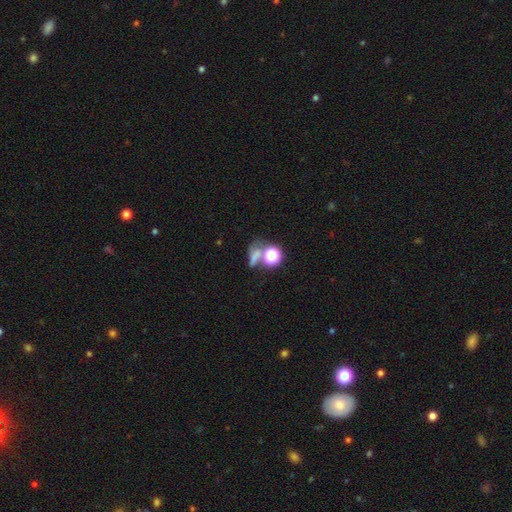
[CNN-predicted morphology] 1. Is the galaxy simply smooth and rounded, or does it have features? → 53% smooth, 31% star or artifact, 16% featured or disk.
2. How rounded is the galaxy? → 54% round, 35% in between, 11% cigar-shaped.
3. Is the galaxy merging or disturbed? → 41% none, 31% merger, 16% major disturbance, 13% minor disturbance.